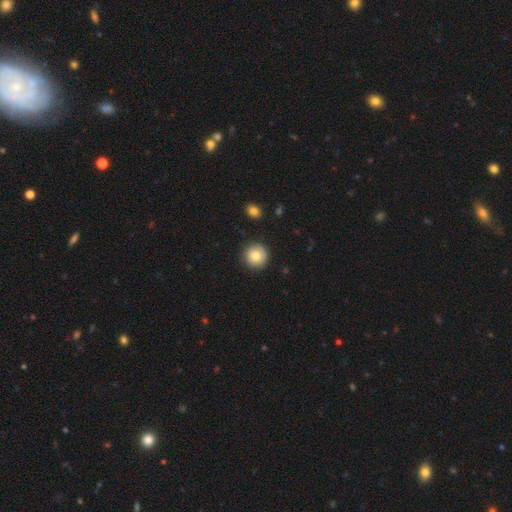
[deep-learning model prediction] Smooth or featured? smooth (80%)
How rounded? round (95%)
Merging? none (88%)